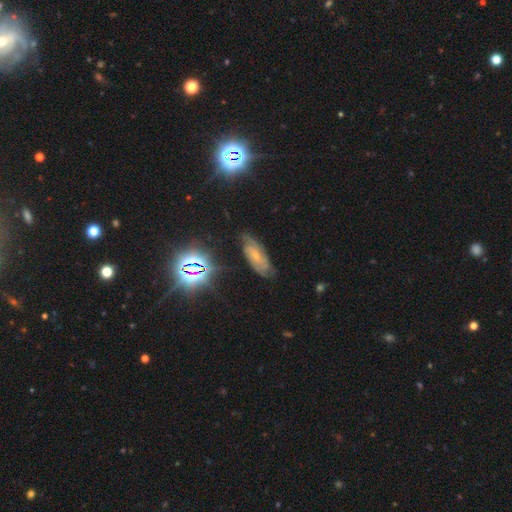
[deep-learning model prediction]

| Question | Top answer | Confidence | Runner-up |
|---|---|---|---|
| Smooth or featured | featured or disk | 57% | smooth (23%) |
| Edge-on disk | no | 89% | yes (11%) |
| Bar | no | 51% | weak (38%) |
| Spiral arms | yes | 89% | no (11%) |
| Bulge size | small | 63% | moderate (23%) |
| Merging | none | 70% | minor disturbance (21%) |